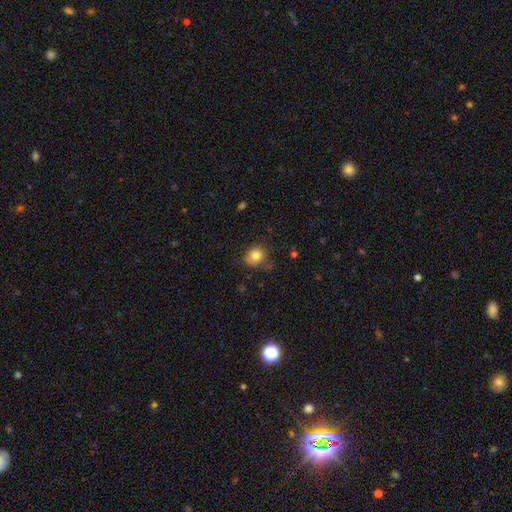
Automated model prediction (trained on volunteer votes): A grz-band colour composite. It shows a smooth galaxy with no disk features (82%) that is round (68%). Merging: none (73%).